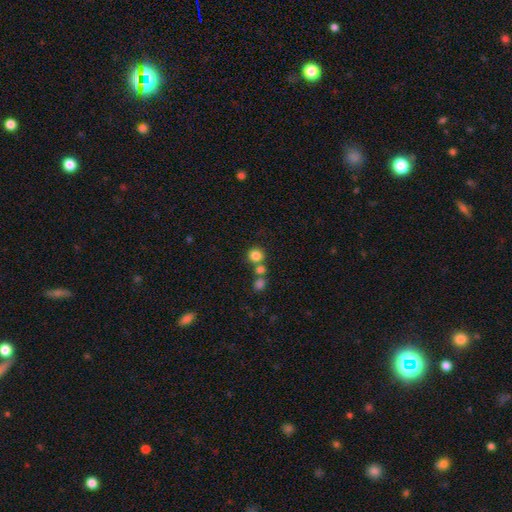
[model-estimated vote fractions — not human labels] Smooth or featured? Predicted: smooth (p=0.81). How rounded? Predicted: round (p=0.88). Merging? Predicted: none (p=0.62).